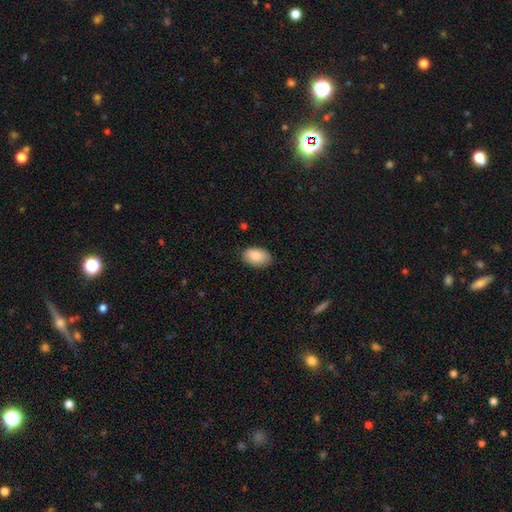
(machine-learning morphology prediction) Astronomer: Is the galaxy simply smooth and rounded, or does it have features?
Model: smooth — 87%.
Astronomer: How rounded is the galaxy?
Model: in between — 92%.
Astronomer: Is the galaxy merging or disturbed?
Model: none — 84%.